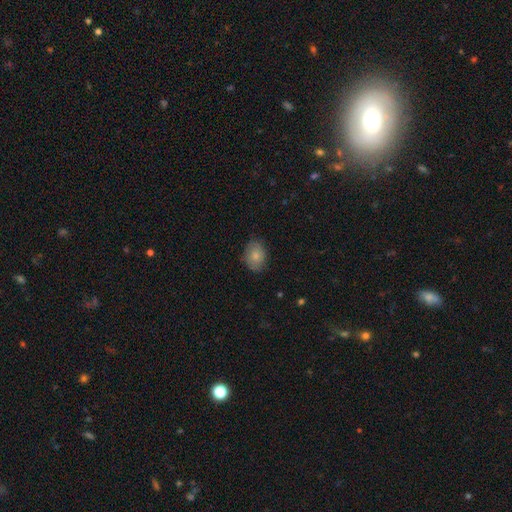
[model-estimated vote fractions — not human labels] Smooth or featured? smooth (80%)
How rounded? in between (64%)
Merging? none (78%)